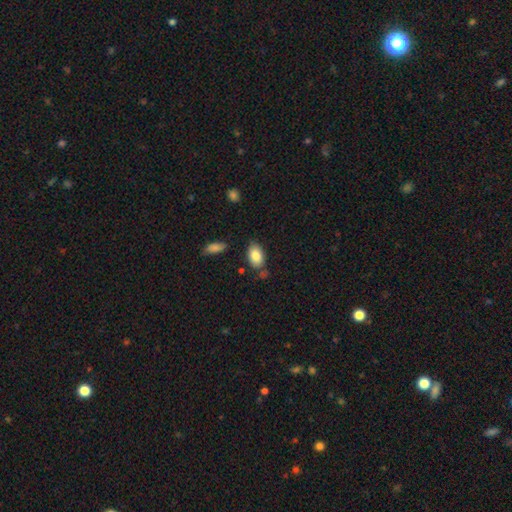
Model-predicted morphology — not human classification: type=smooth (84%); roundness=in between (91%); merging=none (72%).